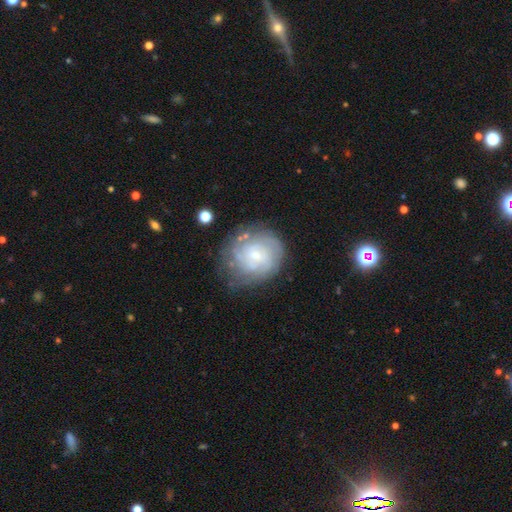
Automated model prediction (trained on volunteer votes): Morphology: type=featured or disk (70%); edge-on=no (98%); bar=no (66%); spiral arms=yes (88%); winding=tight (67%); arm count=can't tell (49%); bulge=small (70%); merging=none (69%).